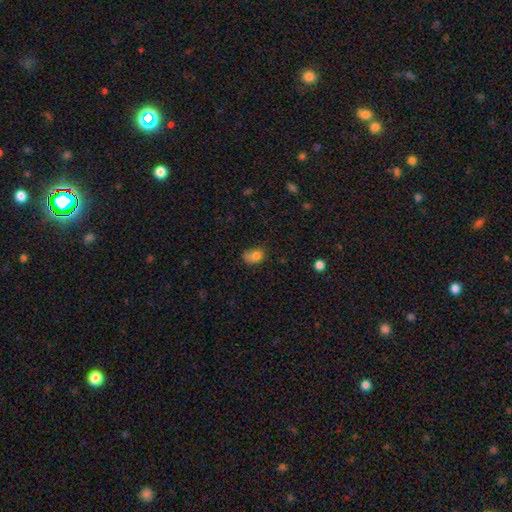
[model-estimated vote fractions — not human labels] This is likely a smooth galaxy (79%). How rounded: likely in between (70%). Merging: marginally none (41%).